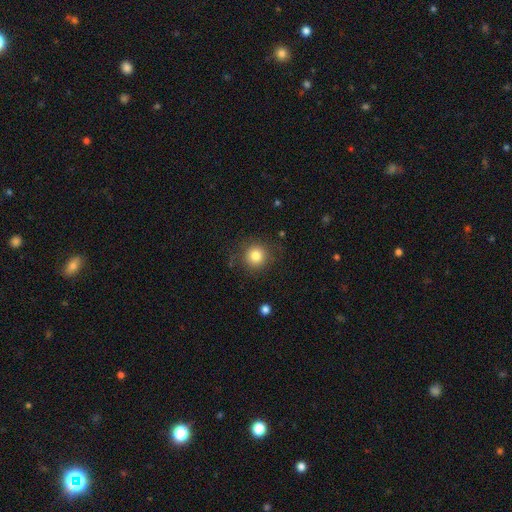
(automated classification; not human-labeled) smooth 82%, star or artifact 11%, featured or disk 7%. Down the decision tree: how rounded — round (93%); merging — none (85%).